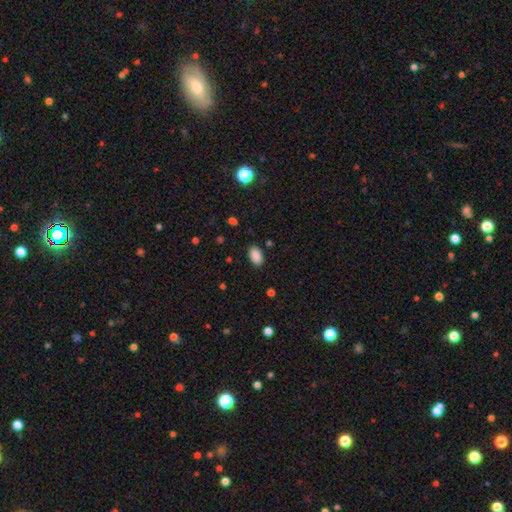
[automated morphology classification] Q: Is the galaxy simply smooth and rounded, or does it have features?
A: smooth — 88%.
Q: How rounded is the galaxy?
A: in between — 93%.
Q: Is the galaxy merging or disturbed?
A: none — 87%.